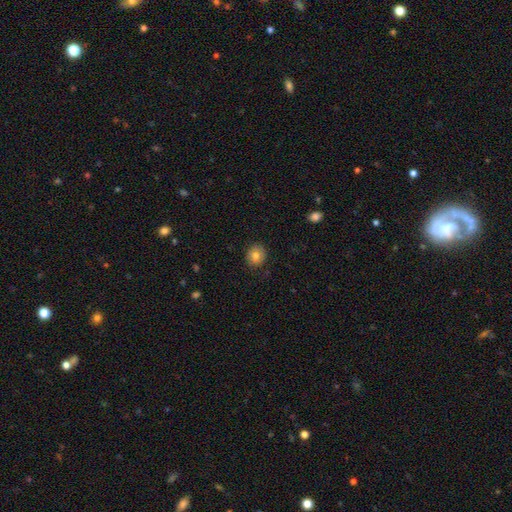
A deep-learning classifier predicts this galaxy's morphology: smooth-or-featured: smooth: 78% | featured or disk: 13% | star or artifact: 10%
  how-rounded: round: 77% | in between: 23% | cigar-shaped: 1%
  merging: none: 87% | minor disturbance: 10% | major disturbance: 2% | merger: 1%